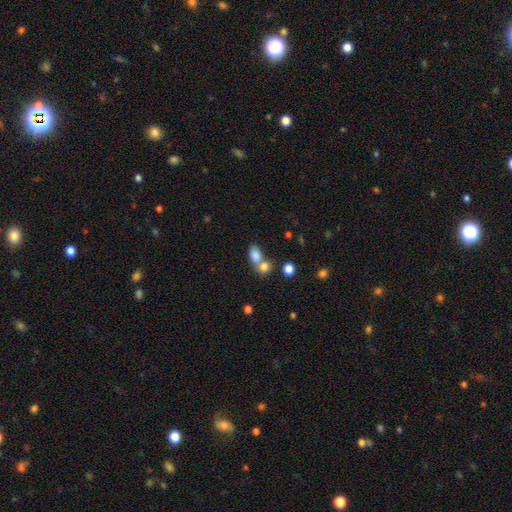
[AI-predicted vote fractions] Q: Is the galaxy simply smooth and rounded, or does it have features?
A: smooth — 81%.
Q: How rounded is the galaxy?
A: in between — 76%.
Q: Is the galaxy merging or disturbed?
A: merger — 52%.